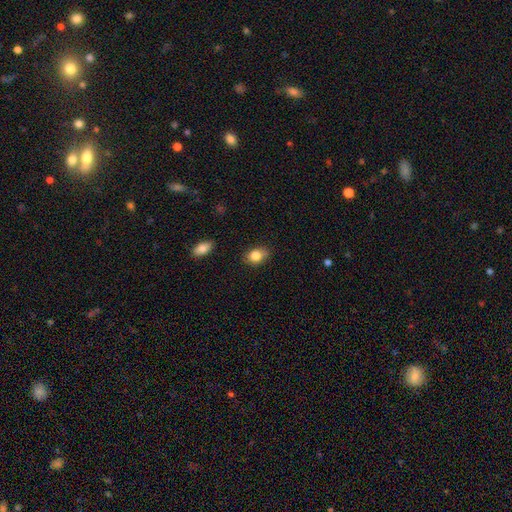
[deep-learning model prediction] Overall: smooth (83%). How rounded: in between (69%; round 30%). Merging: none (79%).